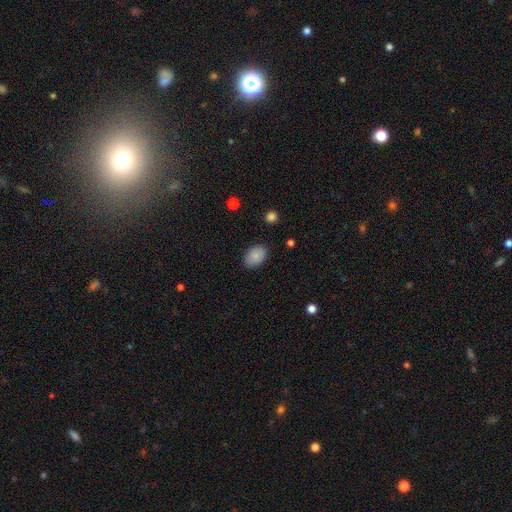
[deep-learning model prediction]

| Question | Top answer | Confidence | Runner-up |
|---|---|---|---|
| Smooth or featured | smooth | 88% | star or artifact (7%) |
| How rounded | in between | 84% | round (15%) |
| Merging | none | 86% | minor disturbance (10%) |